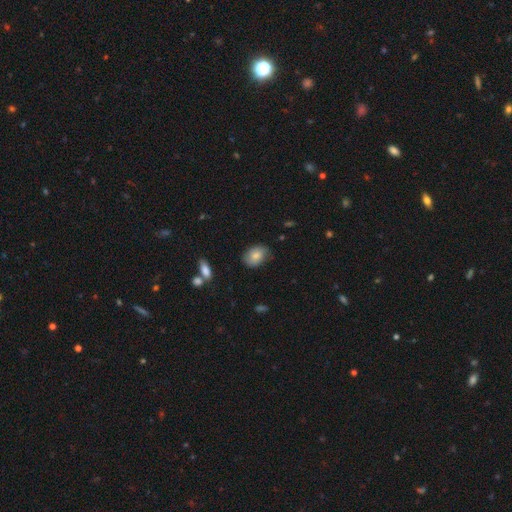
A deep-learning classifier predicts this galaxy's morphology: smooth-or-featured: smooth: 75% | featured or disk: 18% | star or artifact: 8%
  how-rounded: in between: 74% | round: 25% | cigar-shaped: 1%
  merging: none: 70% | minor disturbance: 23% | major disturbance: 5% | merger: 2%